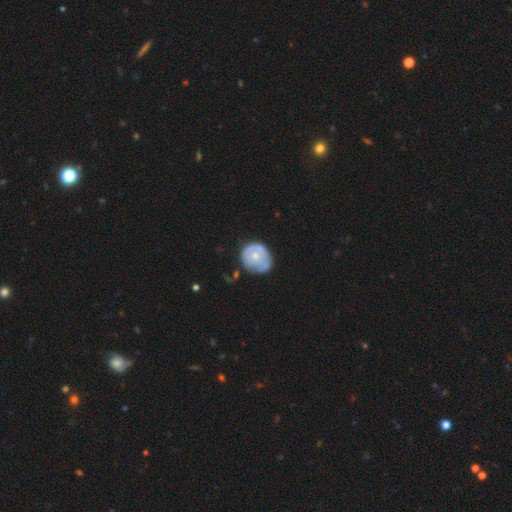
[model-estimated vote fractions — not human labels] This appears to be a smooth galaxy with no disk features (49%). Merging: none (52%).